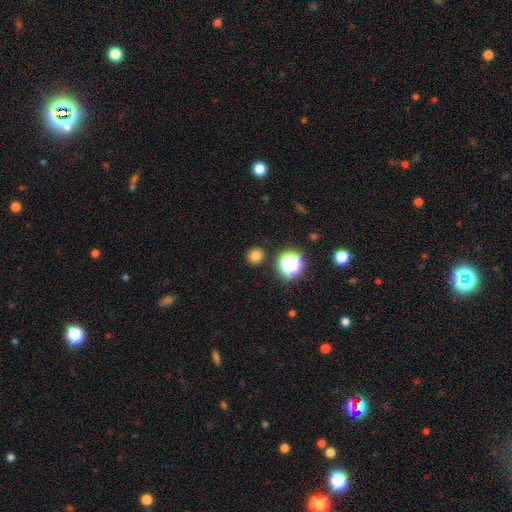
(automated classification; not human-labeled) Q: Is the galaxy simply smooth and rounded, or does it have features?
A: smooth — 77%.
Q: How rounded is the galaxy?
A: round — 87%.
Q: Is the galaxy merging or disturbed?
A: none — 89%.